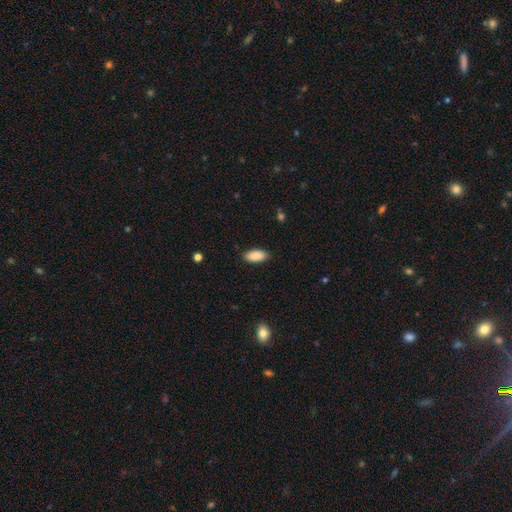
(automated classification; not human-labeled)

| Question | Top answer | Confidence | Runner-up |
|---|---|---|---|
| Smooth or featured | smooth | 89% | star or artifact (6%) |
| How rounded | in between | 92% | cigar-shaped (6%) |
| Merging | none | 87% | minor disturbance (9%) |